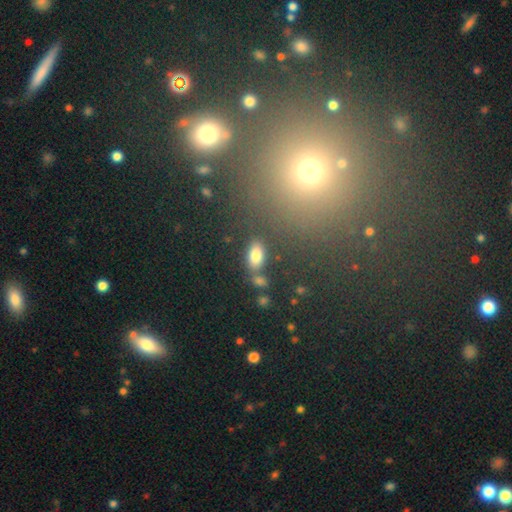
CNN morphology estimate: The model was most divided on "merging": none: 73%, minor disturbance: 12%, merger: 11%, major disturbance: 4%. More confident: how rounded — in between (90%); smooth or featured — smooth (81%).